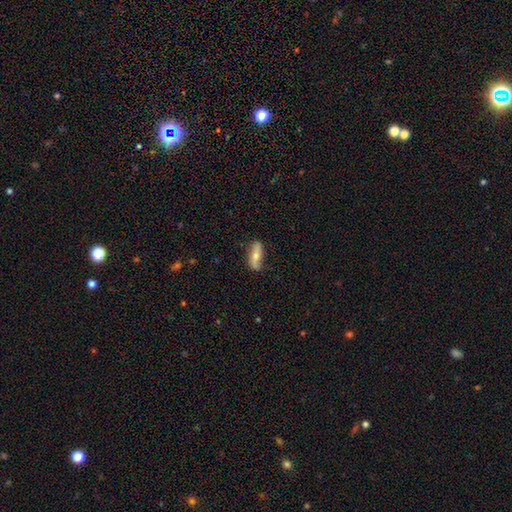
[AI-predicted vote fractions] A smooth galaxy with no disk features (57%) that is in between round and cigar-shaped (57%).

Vote fractions:
- Smooth or featured? smooth: 57% / featured or disk: 37% / star or artifact: 6%
- How rounded? in between: 57% / cigar-shaped: 40% / round: 3%
- Merging? none: 78% / minor disturbance: 17% / major disturbance: 3% / merger: 2%